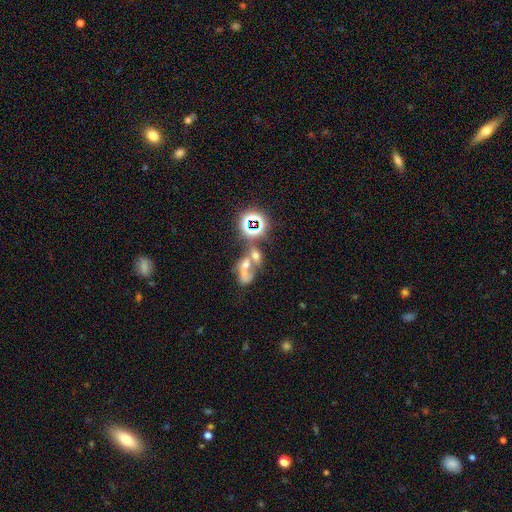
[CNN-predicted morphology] smooth-or-featured: smooth: 39% | star or artifact: 32% | featured or disk: 28%
  merging: merger: 62% | none: 20% | major disturbance: 10% | minor disturbance: 8%